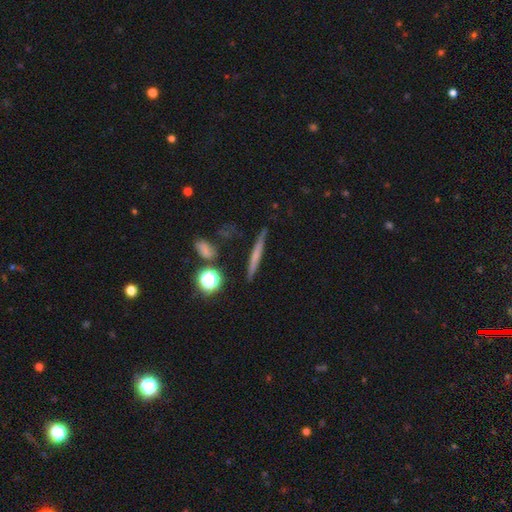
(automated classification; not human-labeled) Smooth or featured?
  - smooth: 47% *
  - featured or disk: 42%
  - star or artifact: 11%
Merging?
  - none: 86% *
  - minor disturbance: 9%
  - merger: 3%
  - major disturbance: 2%